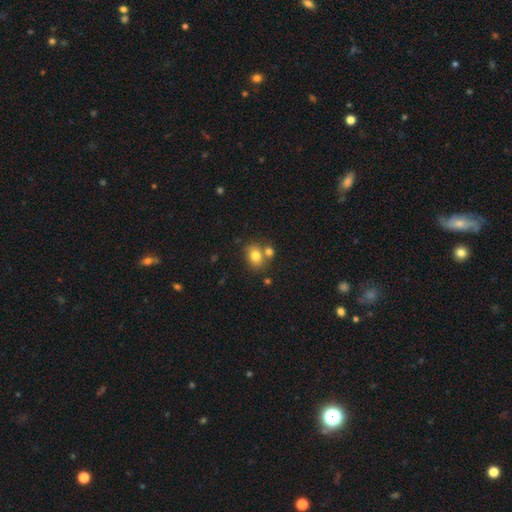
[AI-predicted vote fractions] A smooth galaxy with no disk features (78%) that is in between round and cigar-shaped (52%). Merging: none (56%).